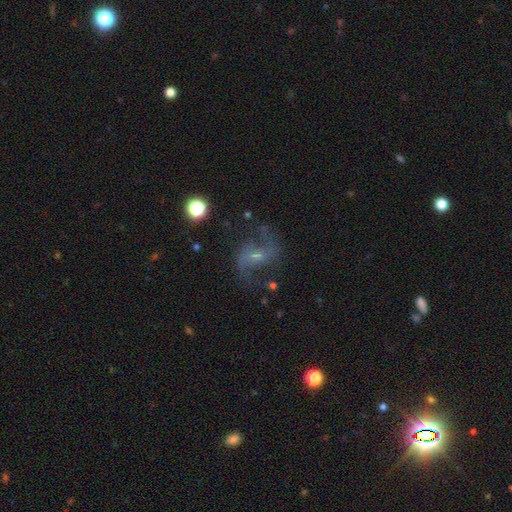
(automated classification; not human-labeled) smooth-or-featured: featured or disk: 81% | star or artifact: 10% | smooth: 8%
  disk-edge-on: no: 97% | yes: 3%
    bar: weak: 49% | no: 31% | strong: 20%
    has-spiral-arms: yes: 94% | no: 6%
      spiral-winding: loose: 65% | medium: 29% | tight: 5%
      spiral-arm-count: 2: 91% | can't tell: 3% | 1: 2% | 3: 1% | 4: 1% | more than 4: 1%
    bulge-size: small: 55% | moderate: 27% | none: 14% | large: 3% | dominant: 1%
  merging: none: 71% | minor disturbance: 15% | major disturbance: 11% | merger: 3%